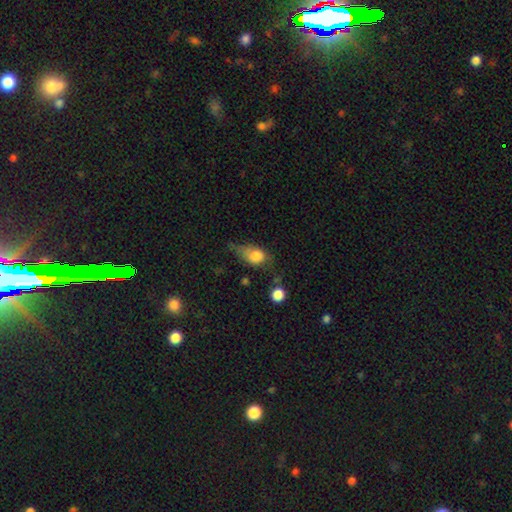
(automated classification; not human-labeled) Smooth or featured? smooth (73%)
How rounded? in between (68%)
Merging? minor disturbance (36%)